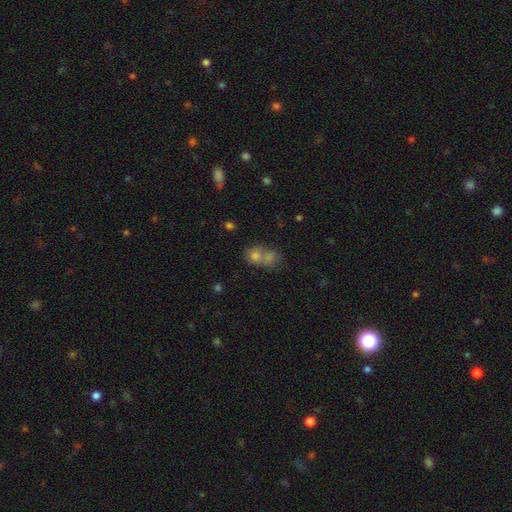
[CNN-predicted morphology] Q: Smooth or featured?
A: smooth (72%); runner-up: featured or disk (14%)
Q: How rounded?
A: round (61%); runner-up: in between (38%)
Q: Merging?
A: merger (60%); runner-up: none (27%)